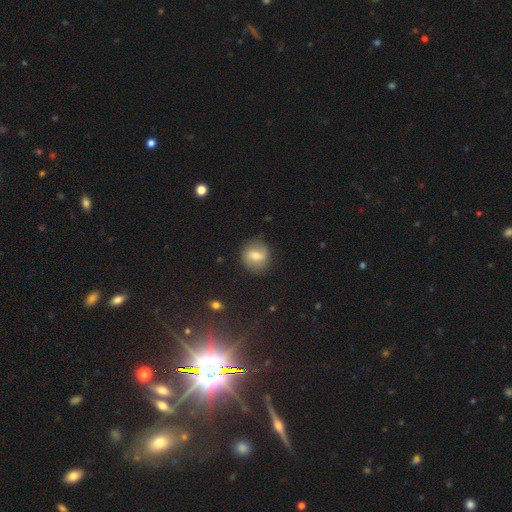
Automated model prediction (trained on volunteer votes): Smooth or featured?
  - smooth: 52% *
  - featured or disk: 39%
  - star or artifact: 9%
How rounded?
  - round: 81% *
  - in between: 17%
  - cigar-shaped: 1%
Merging?
  - none: 83% *
  - minor disturbance: 12%
  - major disturbance: 4%
  - merger: 2%